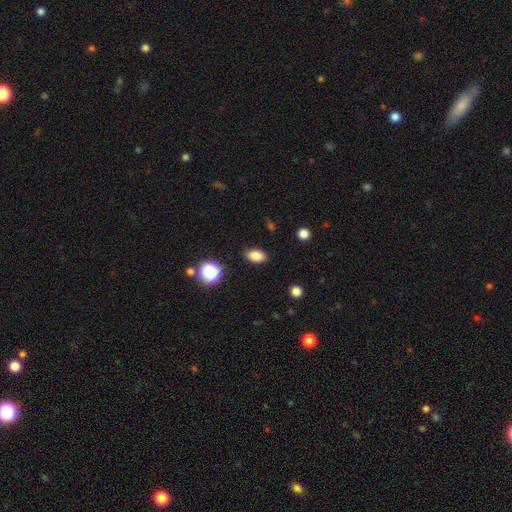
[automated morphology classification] Smooth or featured? Predicted: smooth (p=0.84). How rounded? Predicted: in between (p=0.87). Merging? Predicted: none (p=0.87).